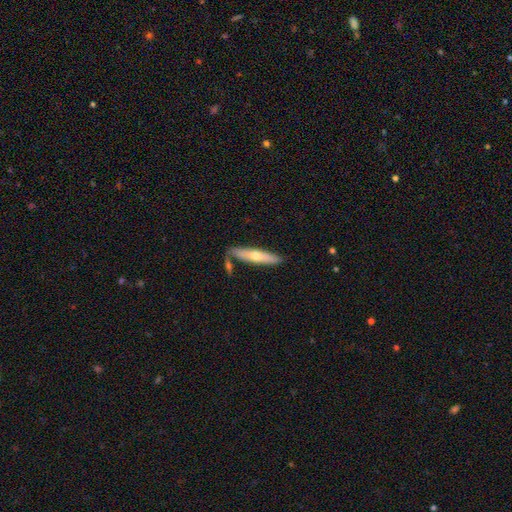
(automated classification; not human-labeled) Overall: featured or disk (48%; smooth 46%). Merging: none (78%).